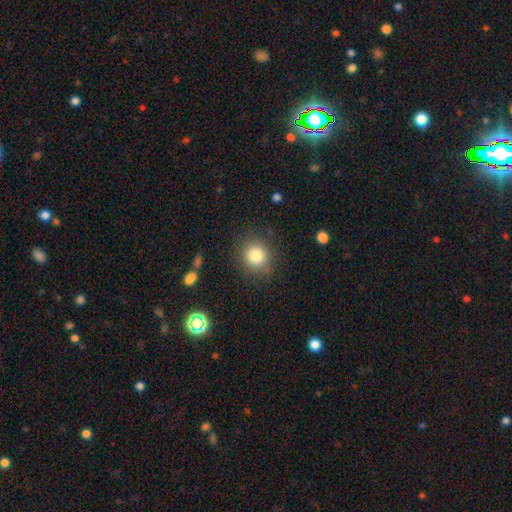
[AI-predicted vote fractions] Smooth or featured? Predicted: smooth (p=0.82). How rounded? Predicted: round (p=0.84). Merging? Predicted: none (p=0.85).